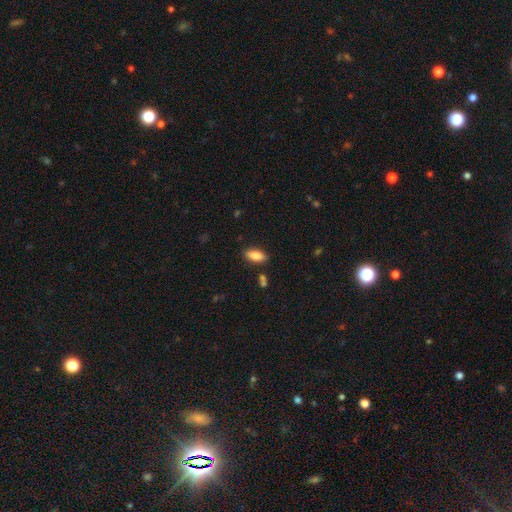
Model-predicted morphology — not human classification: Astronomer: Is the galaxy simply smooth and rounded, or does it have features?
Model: smooth — 87%.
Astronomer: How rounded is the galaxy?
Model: in between — 88%.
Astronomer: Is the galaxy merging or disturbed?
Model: none — 84%.